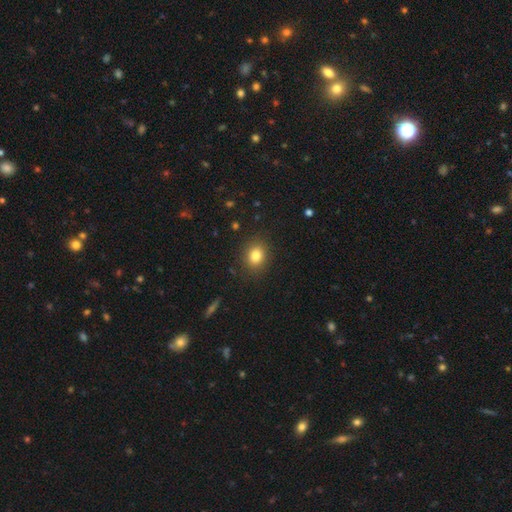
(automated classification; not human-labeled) Q: Smooth or featured?
A: smooth (82%); runner-up: star or artifact (11%)
Q: How rounded?
A: round (60%); runner-up: in between (39%)
Q: Merging?
A: none (87%); runner-up: minor disturbance (9%)